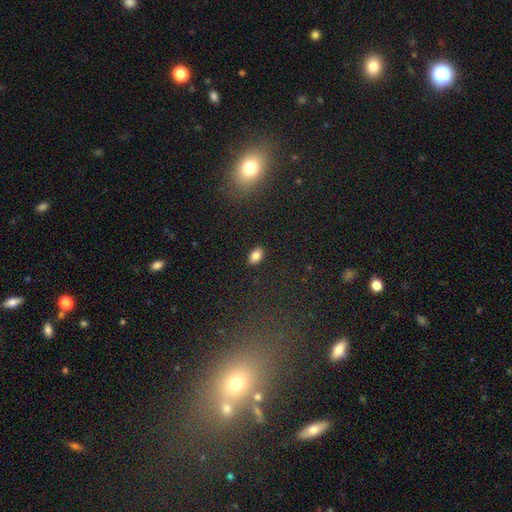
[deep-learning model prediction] smooth-or-featured: smooth: 82% | star or artifact: 9% | featured or disk: 8%
  how-rounded: in between: 90% | round: 8% | cigar-shaped: 2%
  merging: none: 89% | minor disturbance: 8% | major disturbance: 2% | merger: 1%